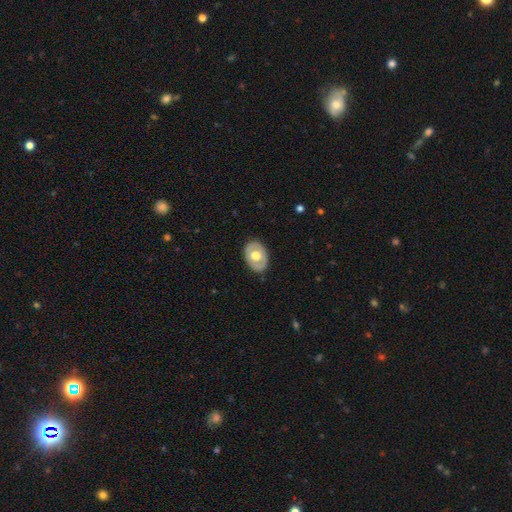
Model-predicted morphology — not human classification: smooth_or_featured: smooth (p=0.48) [alt: featured or disk p=0.47]
merging: none (p=0.83) [alt: minor disturbance p=0.13]